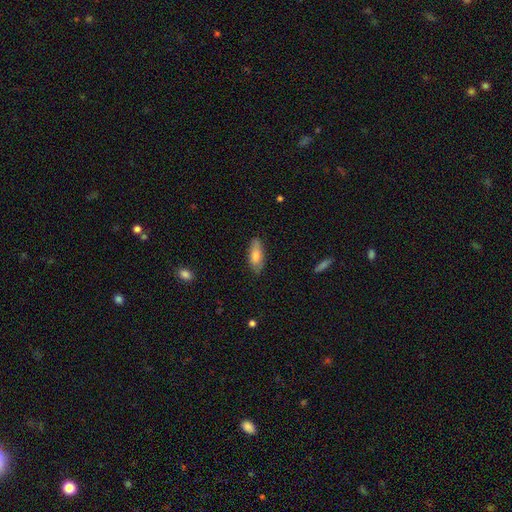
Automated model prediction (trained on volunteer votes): smooth-or-featured: smooth: 77% | featured or disk: 17% | star or artifact: 6%
  how-rounded: in between: 75% | cigar-shaped: 23% | round: 2%
  merging: none: 80% | minor disturbance: 16% | major disturbance: 3% | merger: 1%